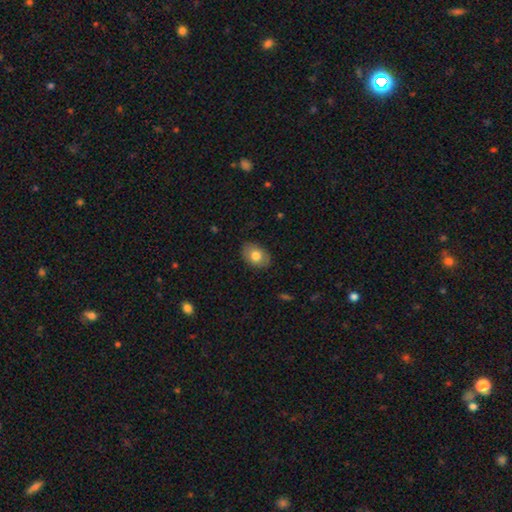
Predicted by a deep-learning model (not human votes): Q: Smooth or featured?
A: smooth (77%); runner-up: featured or disk (16%)
Q: How rounded?
A: in between (79%); runner-up: round (20%)
Q: Merging?
A: none (85%); runner-up: minor disturbance (12%)